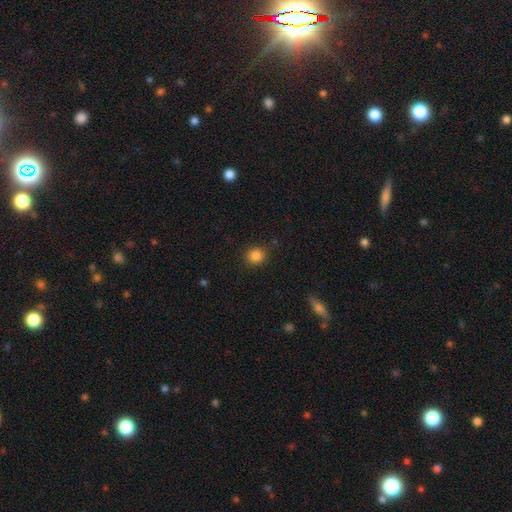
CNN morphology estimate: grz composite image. It shows a smooth galaxy with no disk features (85%) that is round (86%). Merging: none (89%).